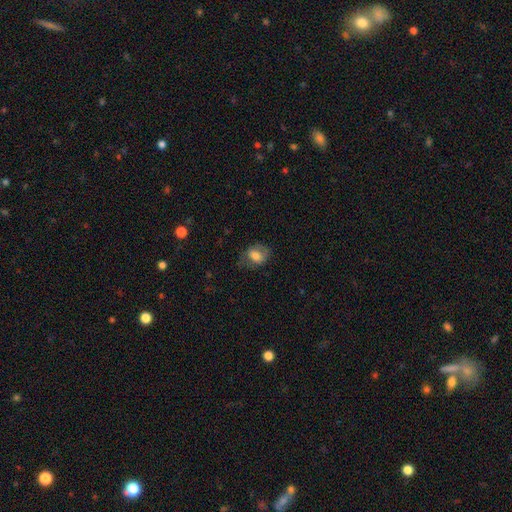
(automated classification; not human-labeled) The model was most divided on "merging": none: 58%, minor disturbance: 26%, major disturbance: 15%, merger: 1%. More confident: how rounded — in between (67%); smooth or featured — smooth (66%).